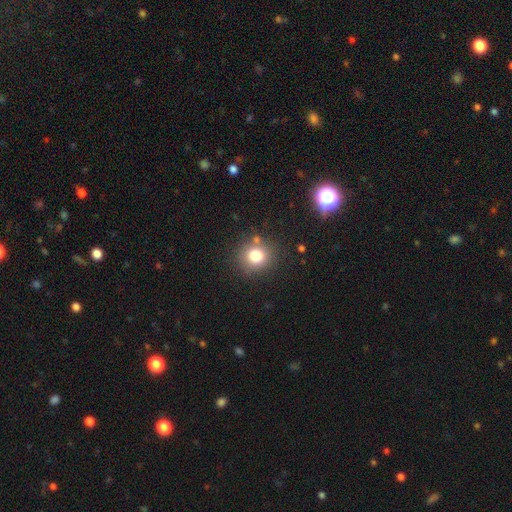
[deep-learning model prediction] Smooth or featured: smooth — 77% (star or artifact — 14%)
How rounded: round — 85% (in between — 14%)
Merging: none — 80% (minor disturbance — 10%)